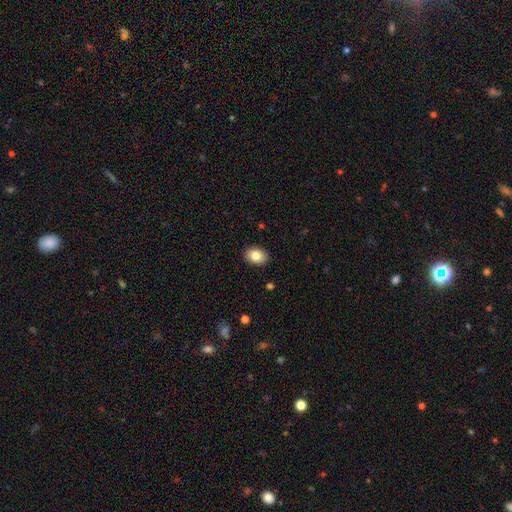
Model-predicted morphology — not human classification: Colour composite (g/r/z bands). It shows a smooth galaxy with no disk features (83%) that is in between round and cigar-shaped (67%). Merging: none (89%).